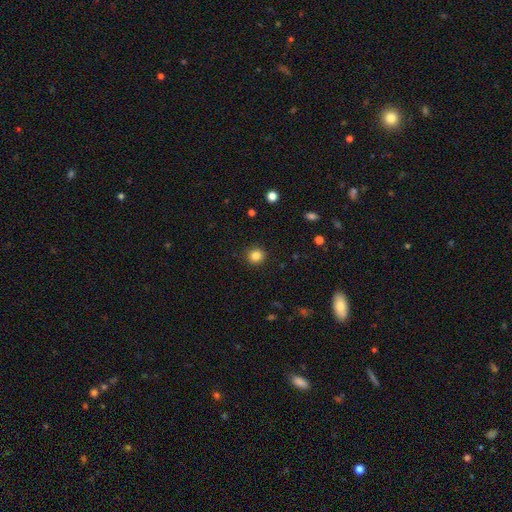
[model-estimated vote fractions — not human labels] Smooth or featured? Predicted: smooth (p=0.84). How rounded? Predicted: round (p=0.92). Merging? Predicted: none (p=0.92).